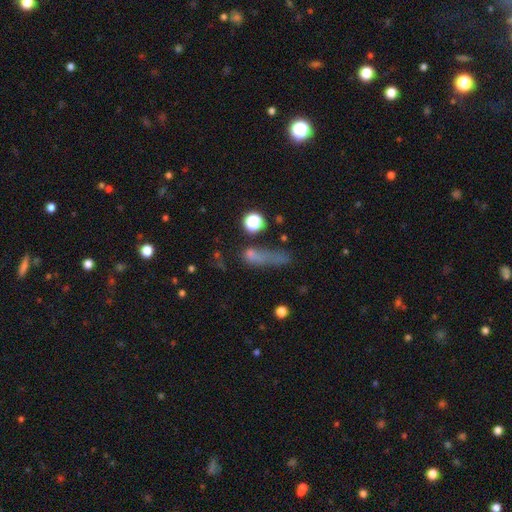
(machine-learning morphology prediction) Smooth or featured: smooth — 58% (star or artifact — 23%)
How rounded: cigar-shaped — 49% (in between — 32%)
Merging: none — 37% (major disturbance — 30%)